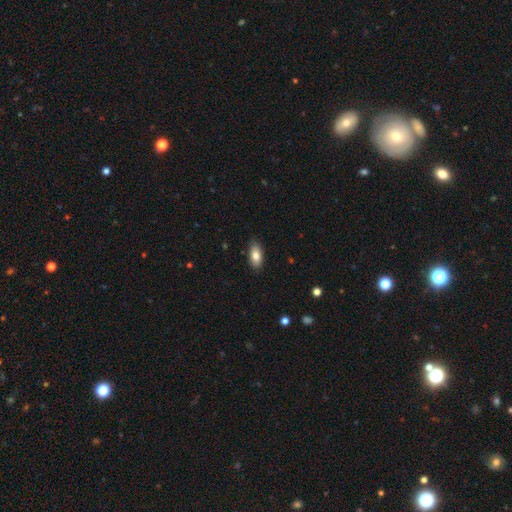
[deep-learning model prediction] Q: Smooth or featured?
A: smooth (81%); runner-up: featured or disk (12%)
Q: How rounded?
A: in between (89%); runner-up: cigar-shaped (8%)
Q: Merging?
A: none (87%); runner-up: minor disturbance (10%)